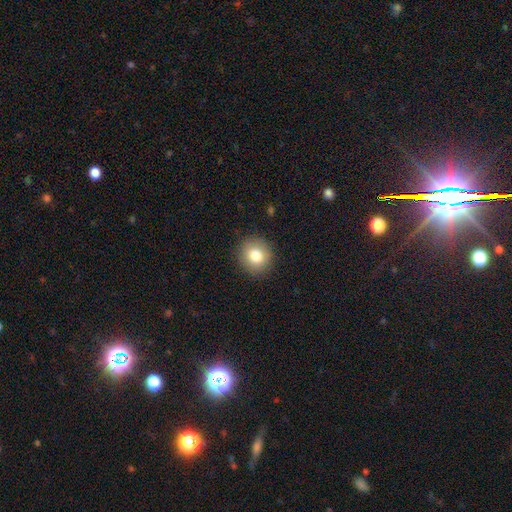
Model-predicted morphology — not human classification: Overall: smooth (80%). How rounded: round (87%). Merging: none (90%).